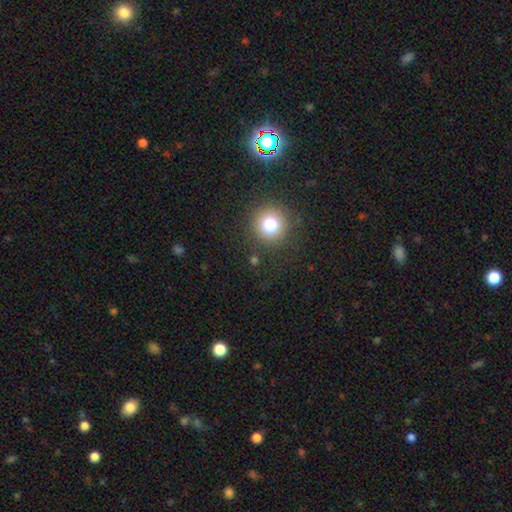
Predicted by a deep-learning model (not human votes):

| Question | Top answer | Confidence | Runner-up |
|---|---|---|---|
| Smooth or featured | smooth | 65% | star or artifact (28%) |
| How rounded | round | 94% | in between (5%) |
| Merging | none | 90% | minor disturbance (6%) |